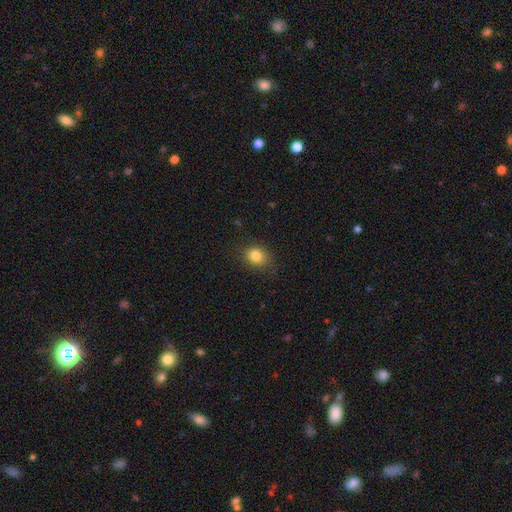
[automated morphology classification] smooth_or_featured: smooth (p=0.82) [alt: star or artifact p=0.11]
how_rounded: round (p=0.56) [alt: in between p=0.43]
merging: none (p=0.81) [alt: minor disturbance p=0.14]